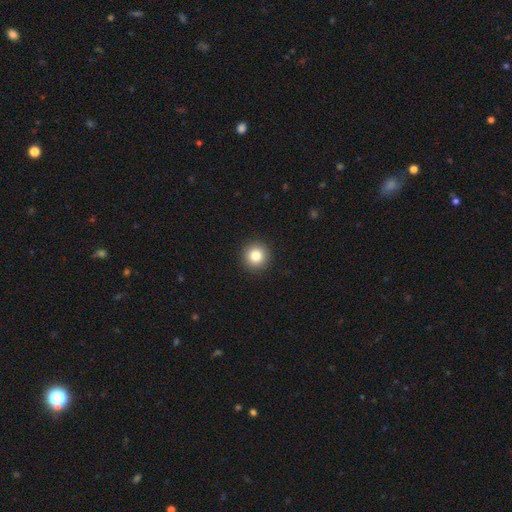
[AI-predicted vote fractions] smooth_or_featured: smooth (p=0.83) [alt: star or artifact p=0.10]
how_rounded: round (p=0.95) [alt: in between p=0.04]
merging: none (p=0.93) [alt: minor disturbance p=0.05]